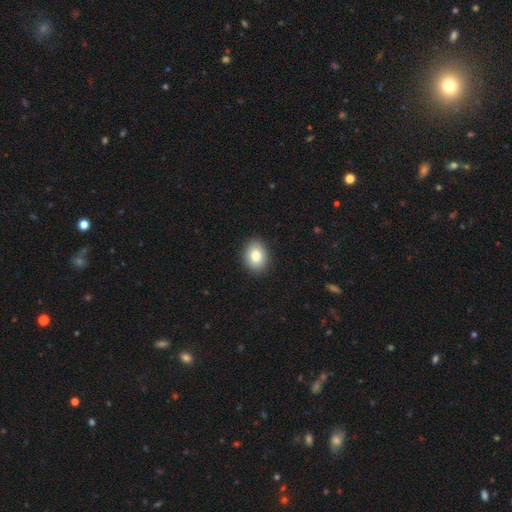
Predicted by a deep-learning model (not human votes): This is clearly a smooth galaxy (83%). How rounded: possibly in between (57%). Merging: clearly none (90%).